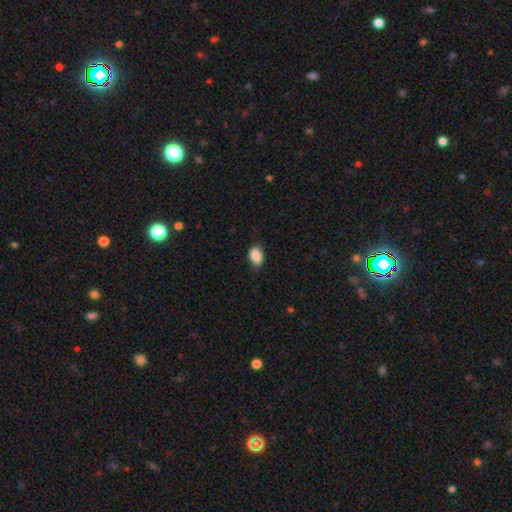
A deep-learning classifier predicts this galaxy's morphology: smooth 88%, star or artifact 8%, featured or disk 4%. Down the decision tree: how rounded — in between (83%); merging — none (81%).